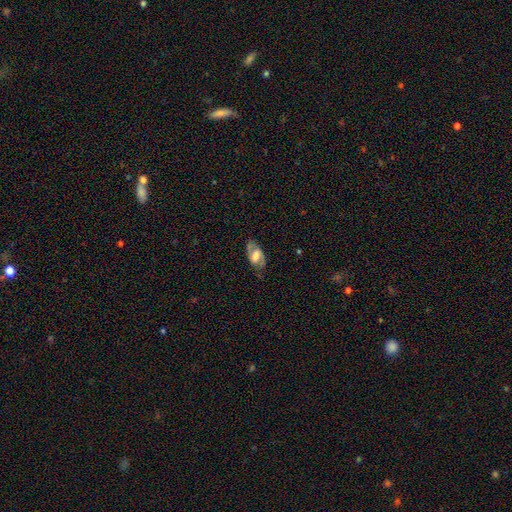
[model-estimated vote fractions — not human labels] A featured or disk galaxy (55%). Merging: none (68%).